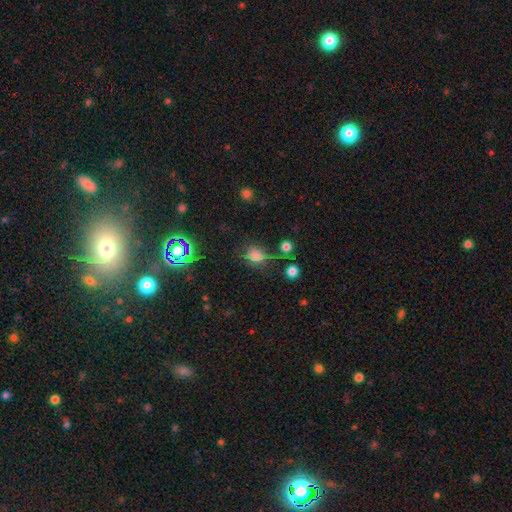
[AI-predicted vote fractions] Q: Smooth or featured?
A: smooth (75%); runner-up: star or artifact (19%)
Q: How rounded?
A: round (59%); runner-up: in between (40%)
Q: Merging?
A: none (69%); runner-up: minor disturbance (19%)